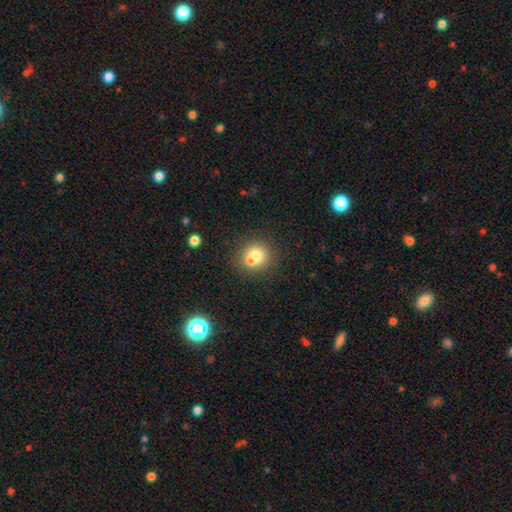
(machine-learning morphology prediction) Smooth or featured? Predicted: smooth (p=0.71). How rounded? Predicted: round (p=0.83). Merging? Predicted: none (p=0.47).